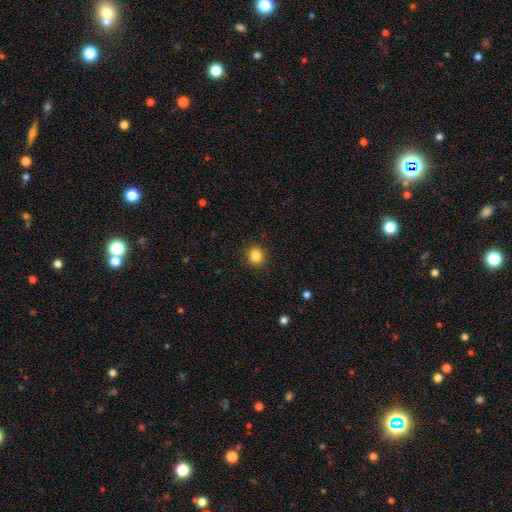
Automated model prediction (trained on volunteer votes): Q: Smooth or featured?
A: smooth (85%); runner-up: star or artifact (11%)
Q: How rounded?
A: round (88%); runner-up: in between (12%)
Q: Merging?
A: none (92%); runner-up: minor disturbance (5%)